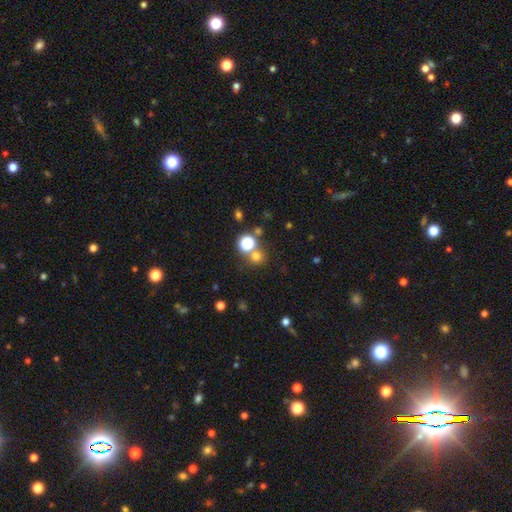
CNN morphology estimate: This appears to be a smooth galaxy with no disk features (67%) that is round (89%). Merging: none (66%).